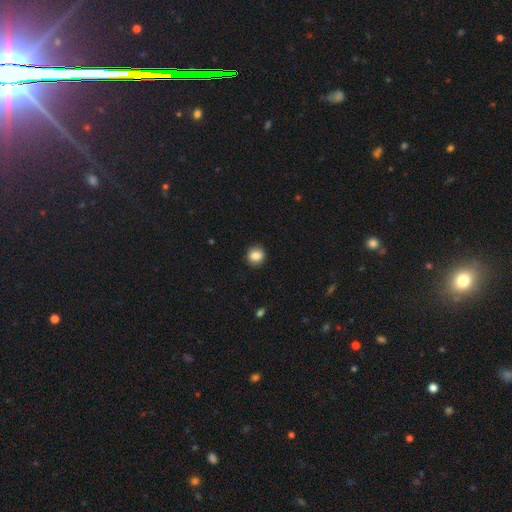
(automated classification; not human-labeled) Smooth or featured? smooth (86%)
How rounded? round (86%)
Merging? none (91%)